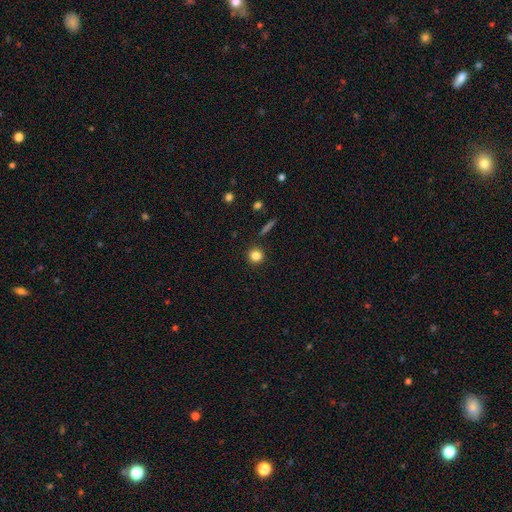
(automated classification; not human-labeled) Smooth or featured: smooth — 83% (star or artifact — 11%)
How rounded: round — 92% (in between — 6%)
Merging: none — 90% (minor disturbance — 6%)